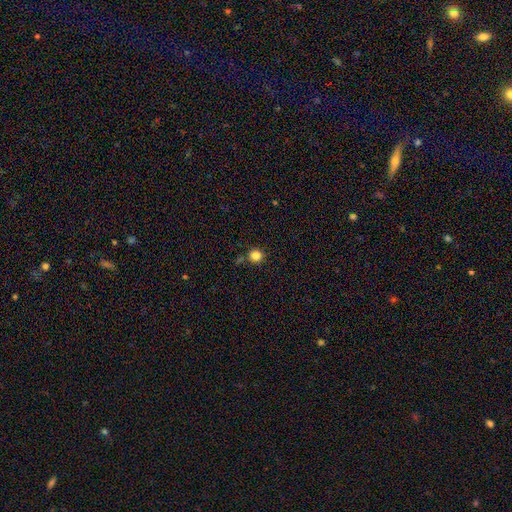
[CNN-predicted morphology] Overall: smooth (84%). How rounded: round (94%). Merging: none (81%).